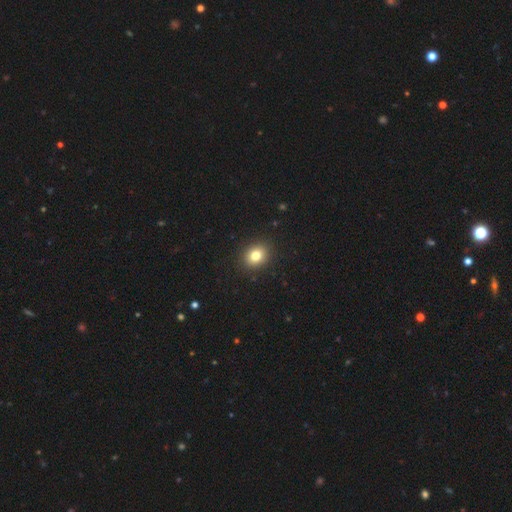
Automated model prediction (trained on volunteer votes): The model was most divided on "how rounded": round: 56%, in between: 43%, cigar-shaped: 1%. More confident: merging — none (91%); smooth or featured — smooth (80%).